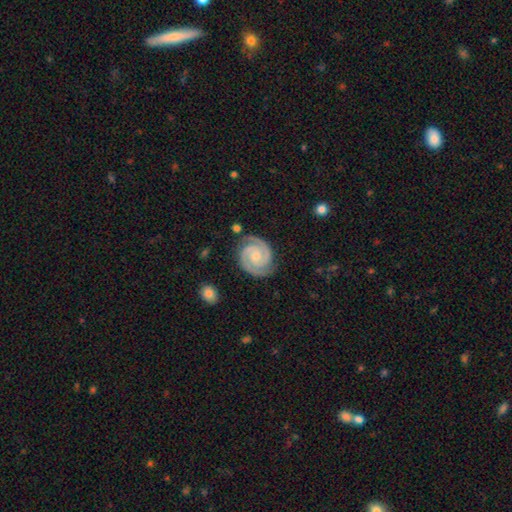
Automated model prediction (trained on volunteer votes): smooth_or_featured: featured or disk (p=0.93) [alt: star or artifact p=0.04]
disk_edge_on: no (p=0.98) [alt: yes p=0.02]
bar: no (p=0.64) [alt: weak p=0.26]
has_spiral_arms: yes (p=0.99) [alt: no p=0.01]
spiral_winding: tight (p=0.75) [alt: medium p=0.22]
spiral_arm_count: 2 (p=0.92) [alt: 3 p=0.03]
bulge_size: small (p=0.60) [alt: moderate p=0.28]
merging: none (p=0.83) [alt: minor disturbance p=0.12]